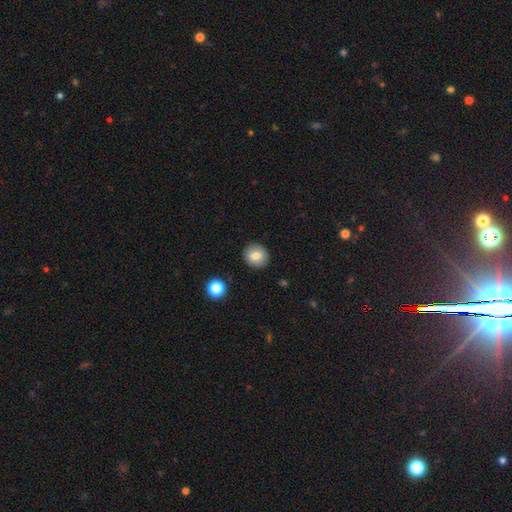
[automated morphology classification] Smooth or featured: smooth — 79% (featured or disk — 12%)
How rounded: round — 86% (in between — 13%)
Merging: none — 89% (minor disturbance — 7%)